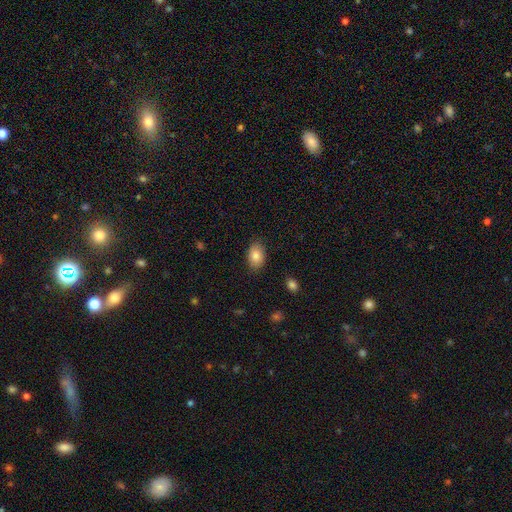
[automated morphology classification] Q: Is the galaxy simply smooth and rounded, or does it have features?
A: smooth — 85%.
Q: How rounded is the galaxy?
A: in between — 87%.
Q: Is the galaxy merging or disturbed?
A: none — 87%.